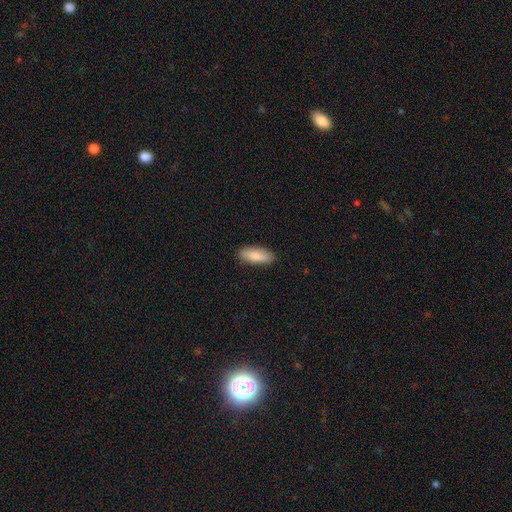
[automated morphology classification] Smooth or featured?
  - smooth: 82% *
  - featured or disk: 12%
  - star or artifact: 6%
How rounded?
  - in between: 73% *
  - cigar-shaped: 25%
  - round: 2%
Merging?
  - none: 88% *
  - minor disturbance: 9%
  - major disturbance: 2%
  - merger: 1%